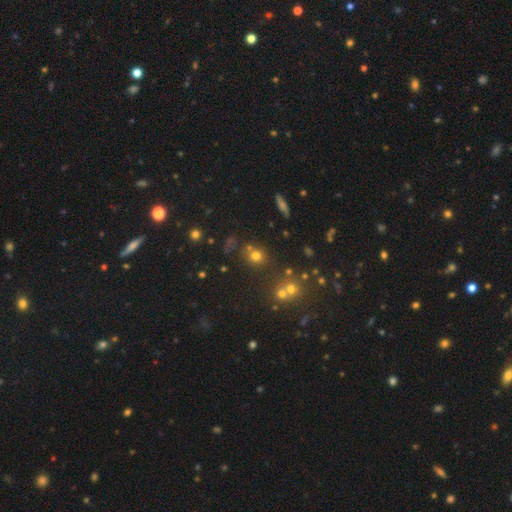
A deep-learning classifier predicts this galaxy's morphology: Smooth or featured: smooth — 69% (star or artifact — 21%)
How rounded: round — 84% (in between — 15%)
Merging: none — 70% (merger — 15%)